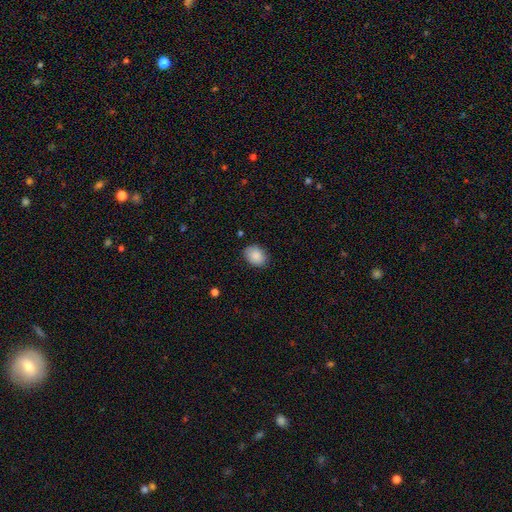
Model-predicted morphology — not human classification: This appears to be a smooth galaxy with no disk features (88%) that is in between round and cigar-shaped (70%). Merging: none (84%).